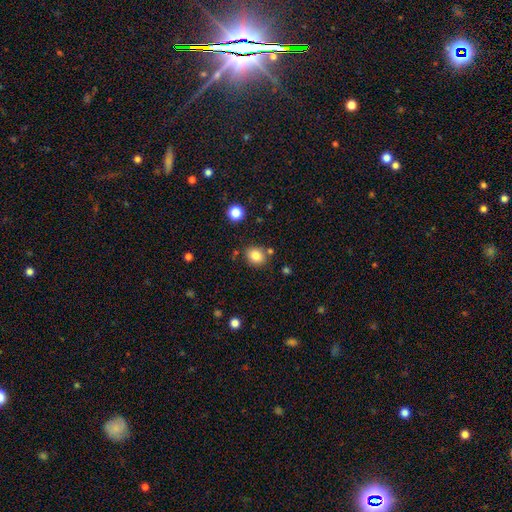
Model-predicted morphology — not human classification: Overall: smooth (82%). How rounded: round (62%; in between 38%). Merging: none (81%).